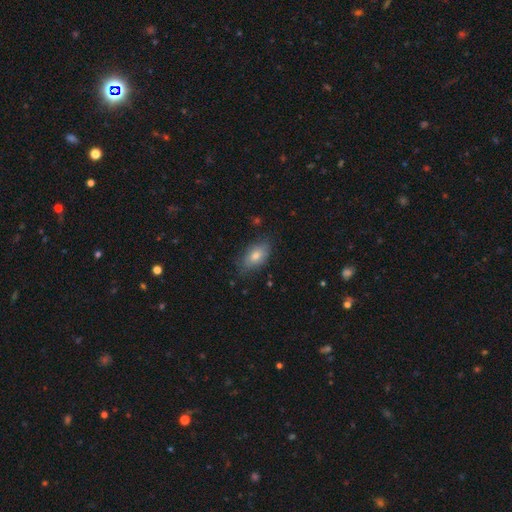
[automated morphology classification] A smooth galaxy with no disk features (73%) that is in between round and cigar-shaped (89%). Merging: none (77%).